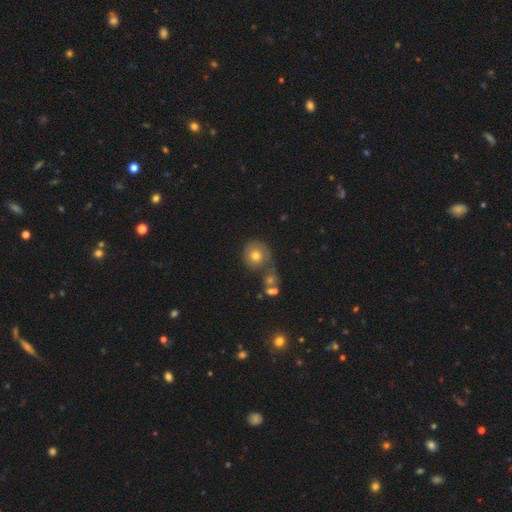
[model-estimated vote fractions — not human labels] smooth_or_featured: smooth (p=0.70) [alt: featured or disk p=0.20]
how_rounded: round (p=0.87) [alt: in between p=0.12]
merging: none (p=0.45) [alt: merger p=0.27]